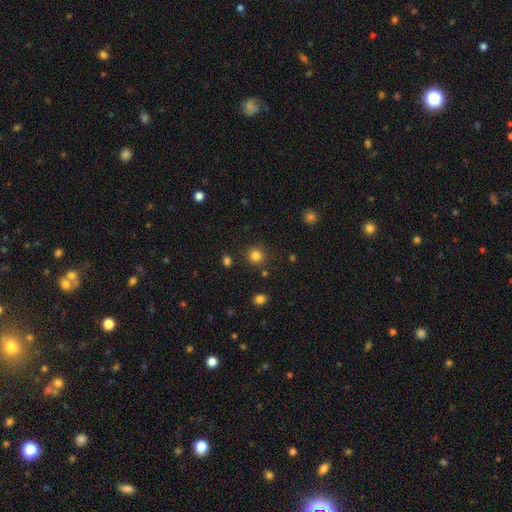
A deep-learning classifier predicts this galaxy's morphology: Smooth or featured: smooth — 83% (star or artifact — 13%)
How rounded: round — 92% (in between — 7%)
Merging: none — 87% (minor disturbance — 7%)